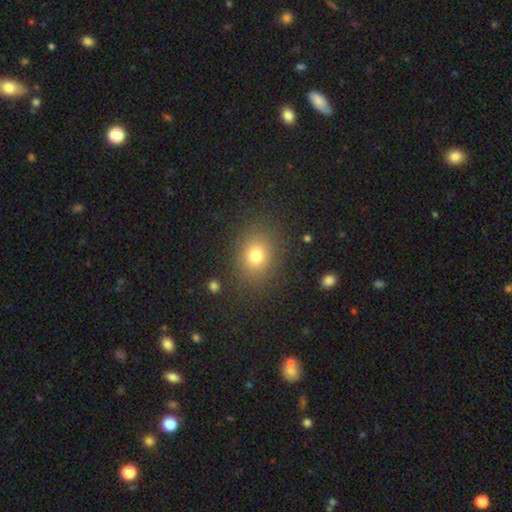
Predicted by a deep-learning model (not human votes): This is likely a smooth galaxy (76%). How rounded: possibly round (53%). Merging: clearly none (85%).